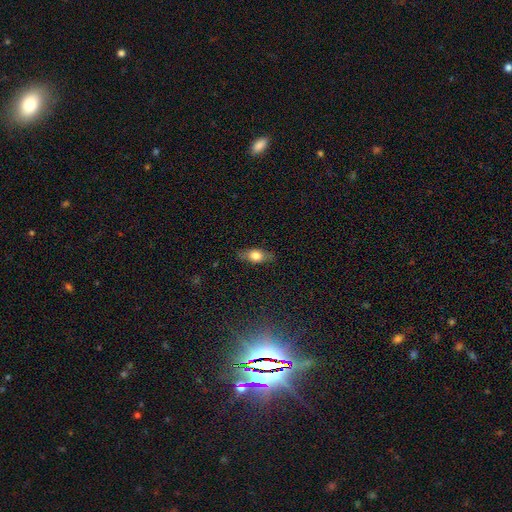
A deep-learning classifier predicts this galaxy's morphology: Smooth or featured: smooth — 67% (featured or disk — 25%)
How rounded: in between — 73% (cigar-shaped — 16%)
Merging: none — 82% (minor disturbance — 13%)